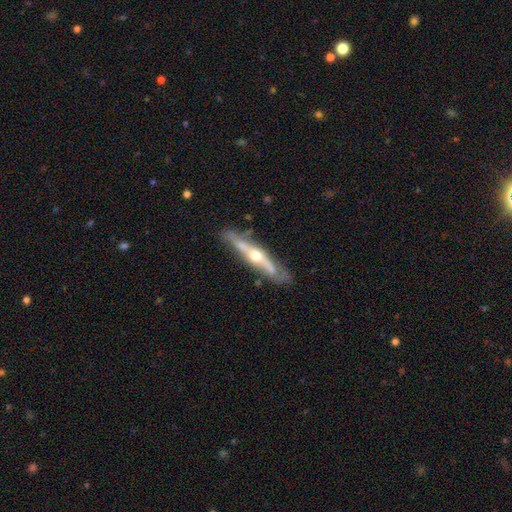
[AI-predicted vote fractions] Q: Smooth or featured?
A: featured or disk (74%); runner-up: smooth (21%)
Q: Edge-on disk?
A: yes (86%); runner-up: no (14%)
Q: Edge-on bulge?
A: rounded (90%); runner-up: none (6%)
Q: Merging?
A: none (74%); runner-up: minor disturbance (18%)